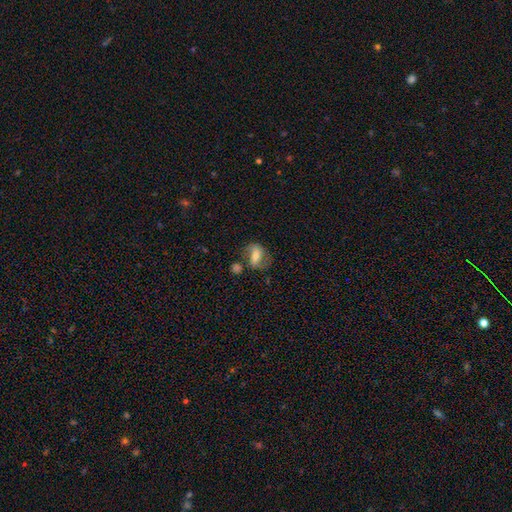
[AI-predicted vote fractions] Smooth or featured? featured or disk (49%)
Merging? none (58%)